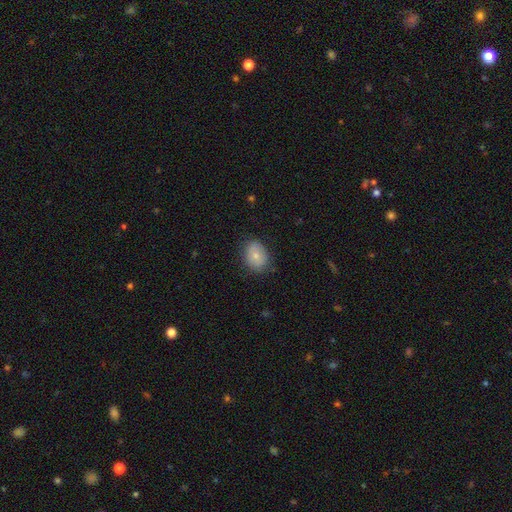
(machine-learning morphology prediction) Smooth or featured? smooth (73%)
How rounded? in between (57%)
Merging? none (76%)